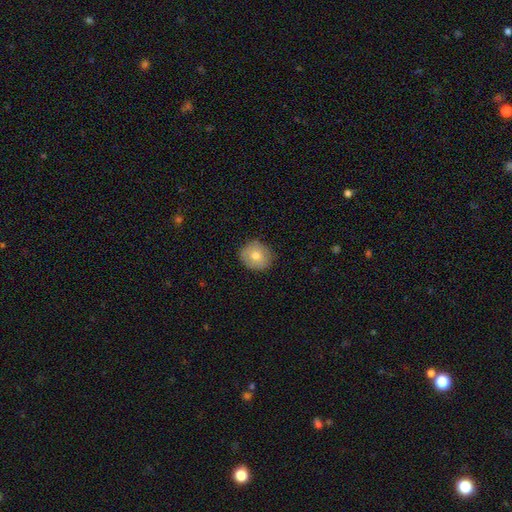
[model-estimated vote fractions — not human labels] Smooth or featured: smooth — 74% (featured or disk — 18%)
How rounded: round — 77% (in between — 22%)
Merging: none — 83% (minor disturbance — 14%)